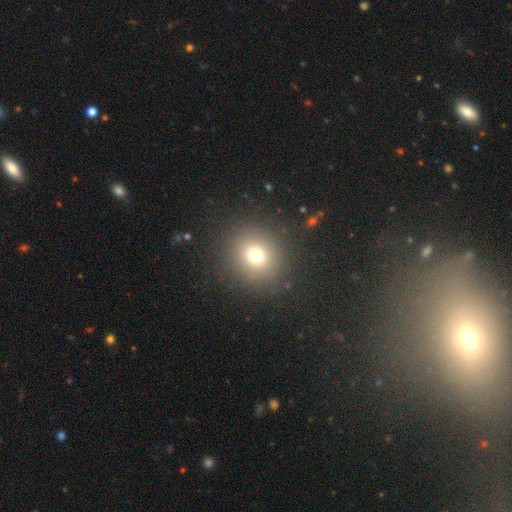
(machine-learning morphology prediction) Smooth or featured?
  - smooth: 72% *
  - star or artifact: 18%
  - featured or disk: 10%
How rounded?
  - round: 90% *
  - in between: 9%
  - cigar-shaped: 1%
Merging?
  - none: 88% *
  - minor disturbance: 7%
  - major disturbance: 4%
  - merger: 1%